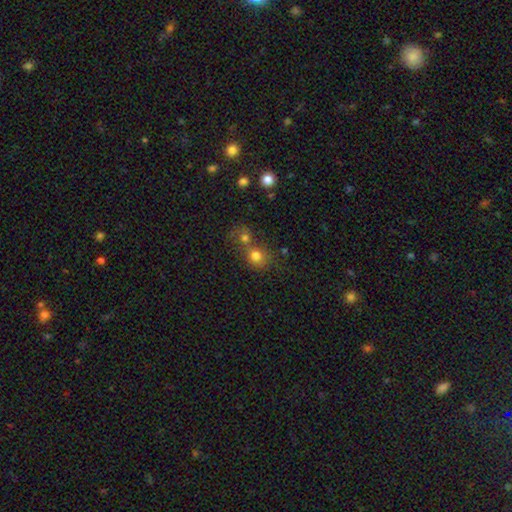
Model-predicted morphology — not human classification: Q: Smooth or featured?
A: smooth (76%); runner-up: star or artifact (14%)
Q: How rounded?
A: round (80%); runner-up: in between (19%)
Q: Merging?
A: merger (51%); runner-up: none (37%)